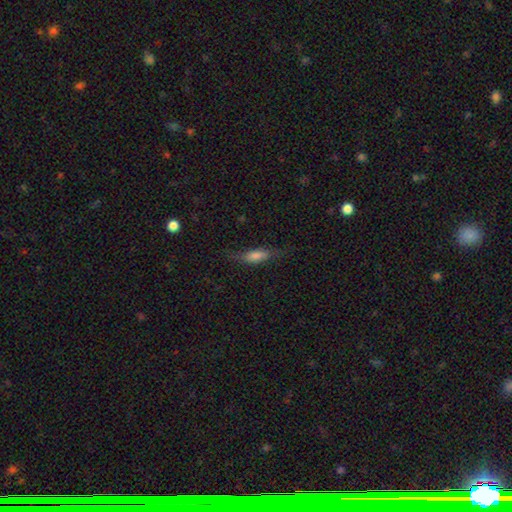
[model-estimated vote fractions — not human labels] smooth-or-featured: smooth: 63% | featured or disk: 28% | star or artifact: 9%
  how-rounded: in between: 49% | cigar-shaped: 47% | round: 3%
  merging: none: 70% | minor disturbance: 21% | major disturbance: 8% | merger: 1%